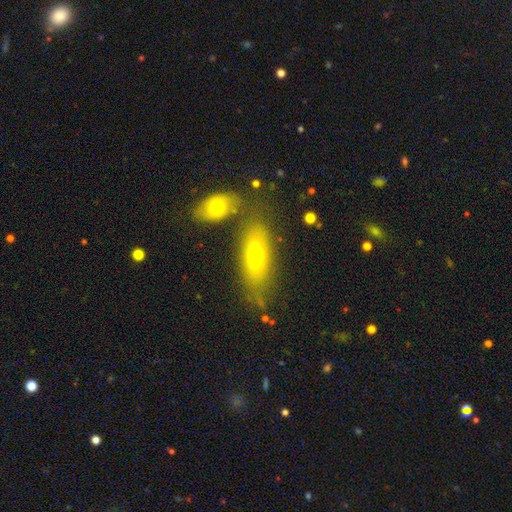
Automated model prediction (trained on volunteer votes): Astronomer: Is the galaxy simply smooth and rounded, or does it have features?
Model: smooth — 64%.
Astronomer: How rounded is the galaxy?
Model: in between — 73%.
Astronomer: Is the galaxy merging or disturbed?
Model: none — 63%.